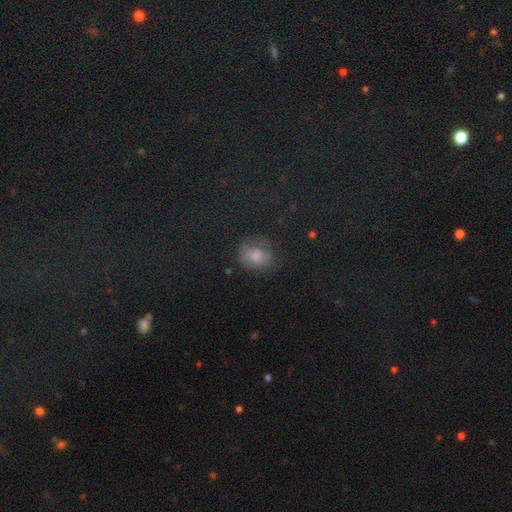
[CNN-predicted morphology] This appears to be a smooth galaxy with no disk features (56%) that is round (61%). Merging: none (58%).